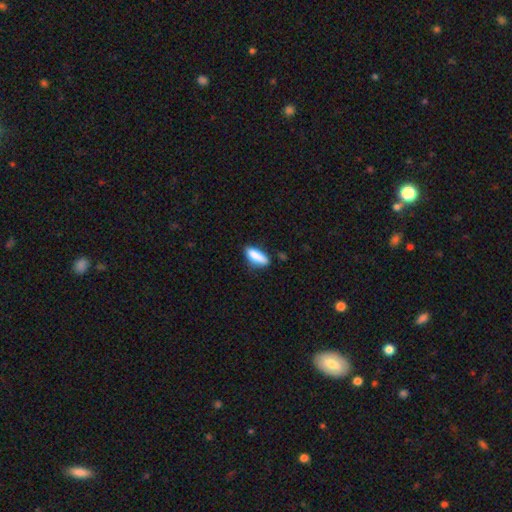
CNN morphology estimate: Smooth or featured: smooth — 82% (featured or disk — 11%)
How rounded: in between — 63% (cigar-shaped — 35%)
Merging: none — 64% (minor disturbance — 25%)